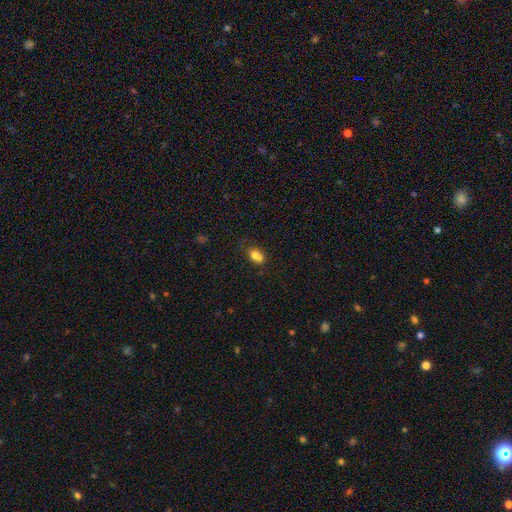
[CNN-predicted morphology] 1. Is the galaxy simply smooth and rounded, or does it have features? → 80% smooth, 12% star or artifact, 8% featured or disk.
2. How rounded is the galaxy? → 82% in between, 15% round, 4% cigar-shaped.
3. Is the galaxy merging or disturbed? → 56% none, 22% minor disturbance, 16% merger, 6% major disturbance.